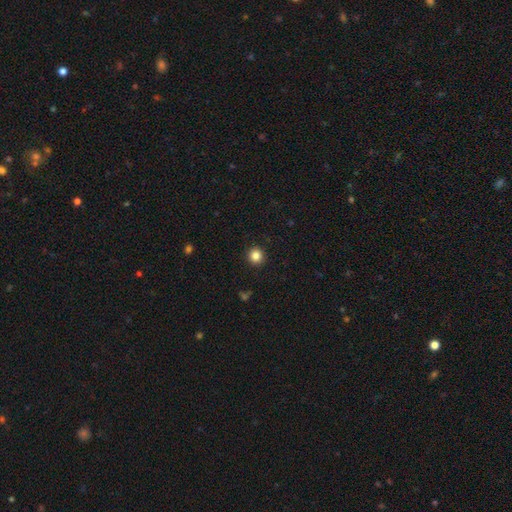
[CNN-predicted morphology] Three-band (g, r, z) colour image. It shows a smooth galaxy with no disk features (84%) that is round (94%). Merging: none (93%).